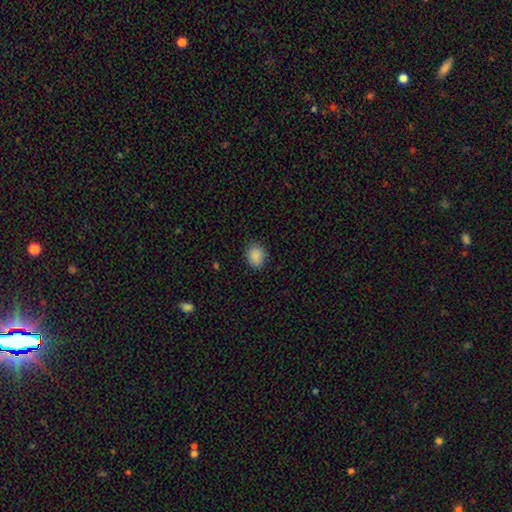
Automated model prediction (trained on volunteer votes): The model was most divided on "how rounded": in between: 50%, round: 49%, cigar-shaped: 1%. More confident: smooth or featured — smooth (89%); merging — none (86%).